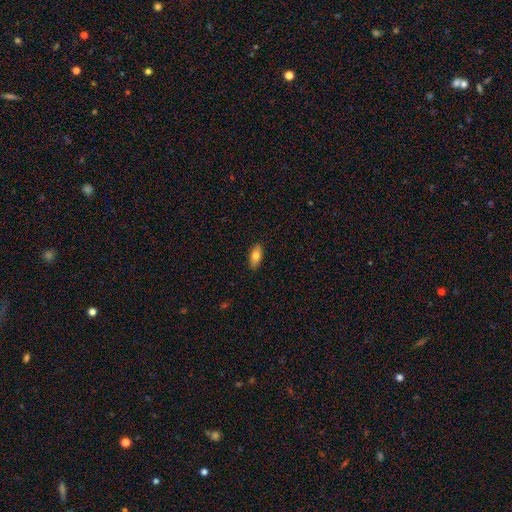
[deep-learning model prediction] smooth 77%, featured or disk 17%, star or artifact 7%. Down the decision tree: how rounded — in between (84%); merging — none (88%).